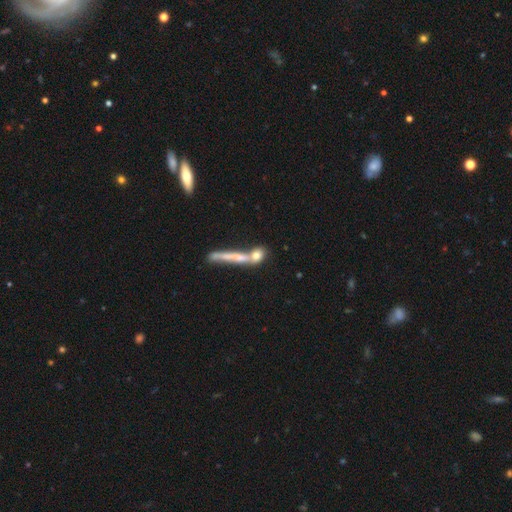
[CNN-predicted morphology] Overall: featured or disk (43%; smooth 39%). Merging: none (57%; merger 26%).